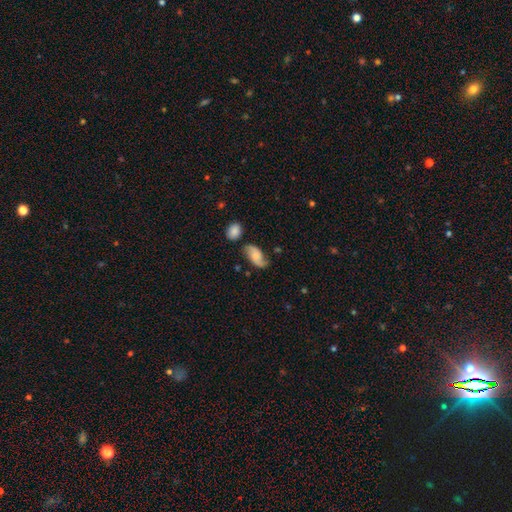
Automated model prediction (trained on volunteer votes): A featured or disk galaxy (59%) with no bar (62%), 2 (89%) loose (55%) spiral arms (93%) and no central bulge (43%).

Vote fractions:
- Smooth or featured? featured or disk: 59% / smooth: 33% / star or artifact: 8%
- Edge-on disk? no: 95% / yes: 5%
- Bar? no: 62% / weak: 30% / strong: 8%
- Spiral arms? yes: 93% / no: 7%
- Spiral winding? loose: 55% / medium: 32% / tight: 12%
- Spiral arm count? 2: 89% / 1: 4% / can't tell: 4% / 3: 1% / 4: 1% / more than 4: 1%
- Bulge size? none: 43% / small: 23% / moderate: 19% / large: 11% / dominant: 4%
- Merging? none: 67% / minor disturbance: 21% / major disturbance: 7% / merger: 5%